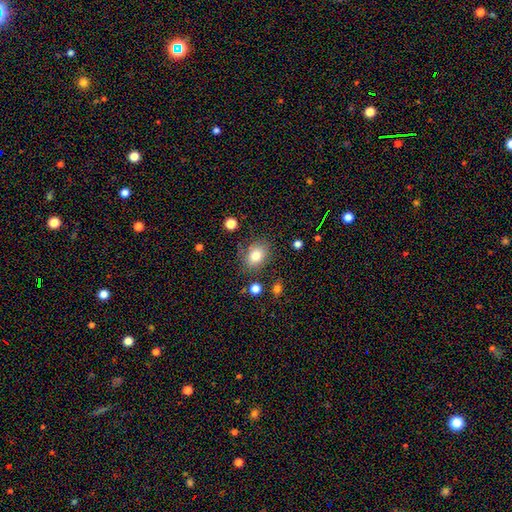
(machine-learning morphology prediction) Smooth or featured? Predicted: smooth (p=0.80). How rounded? Predicted: in between (p=0.59). Merging? Predicted: none (p=0.77).